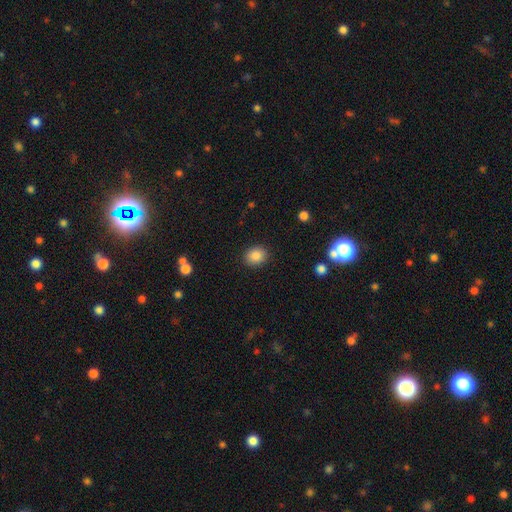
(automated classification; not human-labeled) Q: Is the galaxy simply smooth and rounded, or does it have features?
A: smooth — 87%.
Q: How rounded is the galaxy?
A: round — 56%.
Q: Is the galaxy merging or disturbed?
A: none — 89%.